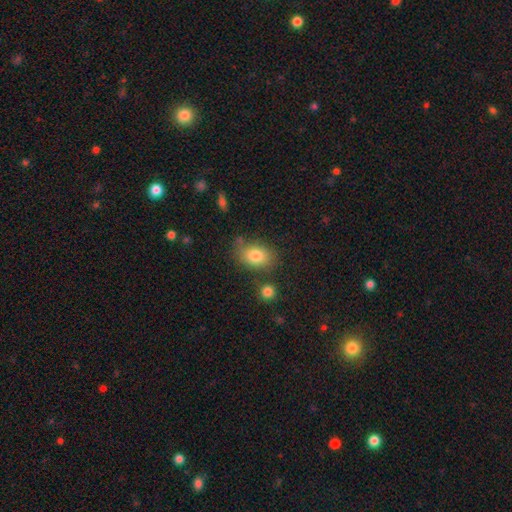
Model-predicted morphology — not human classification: Q: Smooth or featured?
A: smooth (81%); runner-up: featured or disk (10%)
Q: How rounded?
A: in between (77%); runner-up: round (22%)
Q: Merging?
A: none (68%); runner-up: minor disturbance (18%)